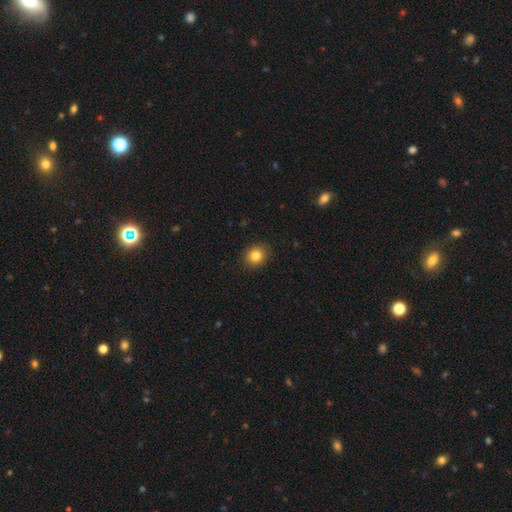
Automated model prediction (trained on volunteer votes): The model was most divided on "how rounded": round: 79%, in between: 21%, cigar-shaped: 1%. More confident: merging — none (90%); smooth or featured — smooth (83%).